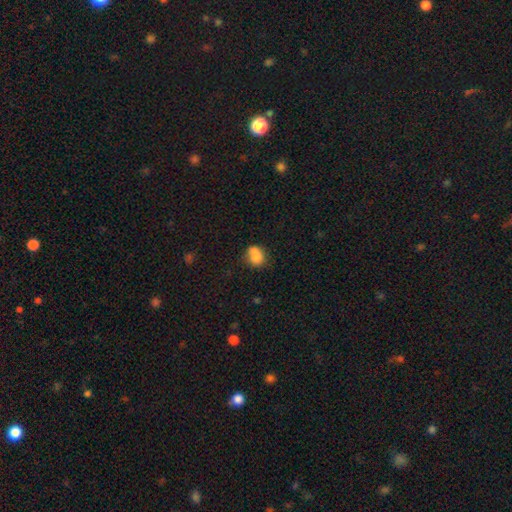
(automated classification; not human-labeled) This is likely a smooth galaxy (79%). How rounded: possibly round (50%). Merging: possibly none (46%).